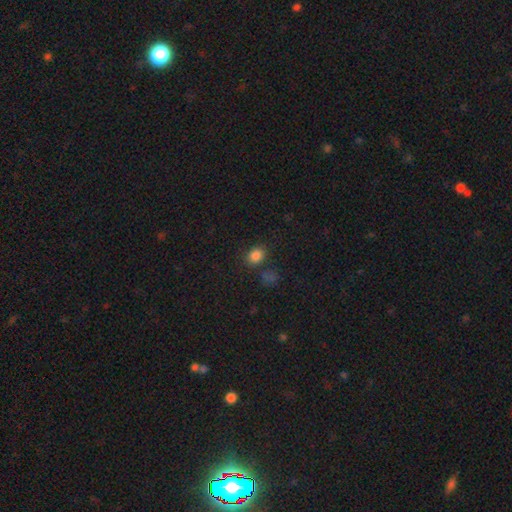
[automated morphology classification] Smooth or featured? Predicted: smooth (p=0.83). How rounded? Predicted: round (p=0.50). Merging? Predicted: none (p=0.75).